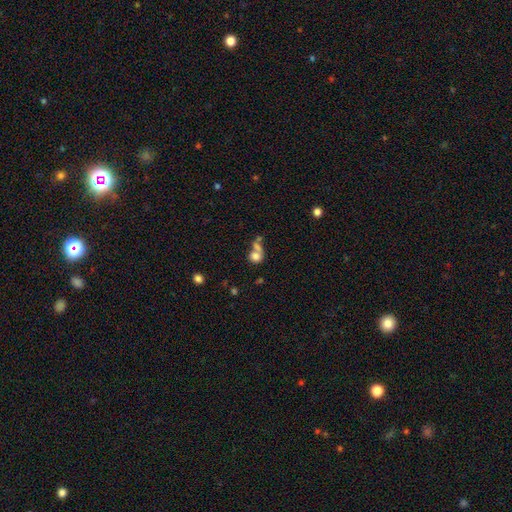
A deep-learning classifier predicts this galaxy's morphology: Smooth or featured?
  - smooth: 75% *
  - featured or disk: 13%
  - star or artifact: 12%
How rounded?
  - round: 62% *
  - in between: 36%
  - cigar-shaped: 2%
Merging?
  - merger: 51% *
  - none: 30%
  - minor disturbance: 10%
  - major disturbance: 9%